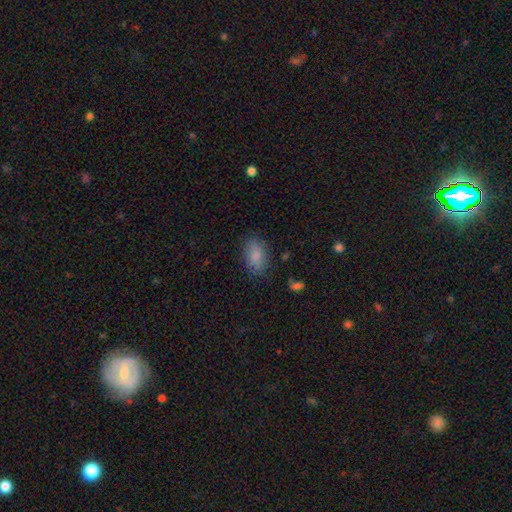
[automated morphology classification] Smooth or featured? Predicted: smooth (p=0.86). How rounded? Predicted: in between (p=0.91). Merging? Predicted: none (p=0.82).